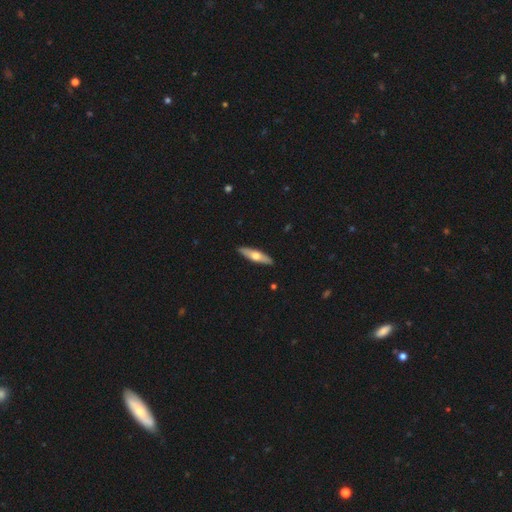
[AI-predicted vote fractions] Smooth or featured?
  - smooth: 48% *
  - featured or disk: 47%
  - star or artifact: 5%
Merging?
  - none: 91% *
  - minor disturbance: 6%
  - major disturbance: 1%
  - merger: 1%